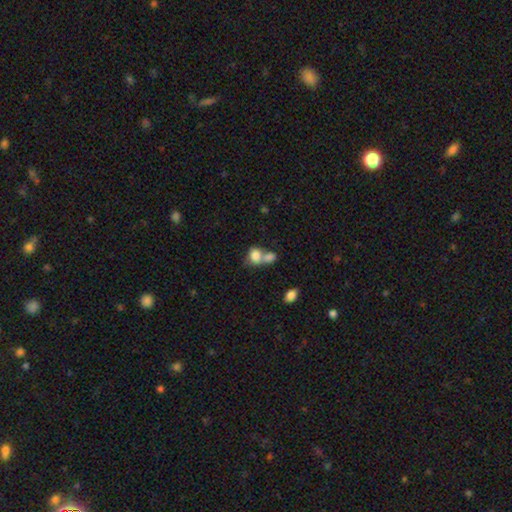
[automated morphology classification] A smooth galaxy with no disk features (80%) that is in between round and cigar-shaped (56%). Merging: merger (62%).